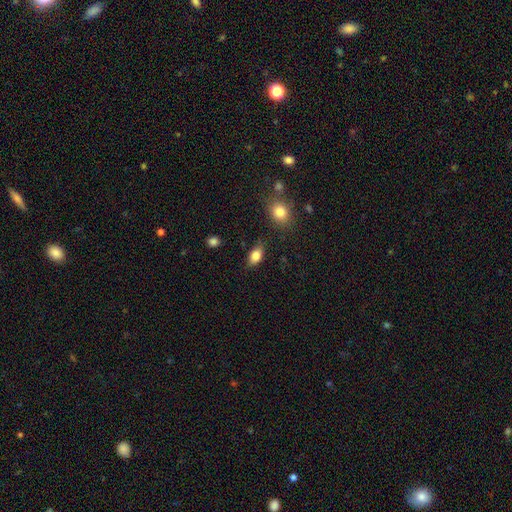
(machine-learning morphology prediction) Q: Smooth or featured?
A: smooth (83%); runner-up: featured or disk (9%)
Q: How rounded?
A: in between (87%); runner-up: round (9%)
Q: Merging?
A: none (80%); runner-up: minor disturbance (15%)